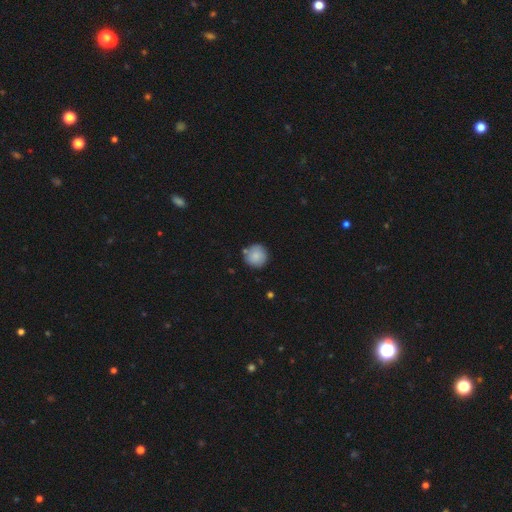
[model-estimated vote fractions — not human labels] smooth 85%, featured or disk 8%, star or artifact 7%. Down the decision tree: how rounded — round (94%); merging — none (80%).